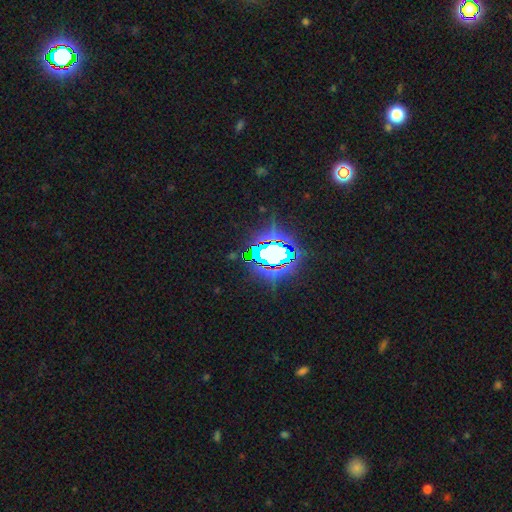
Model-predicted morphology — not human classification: star or artifact 75%, smooth 14%, featured or disk 11%.